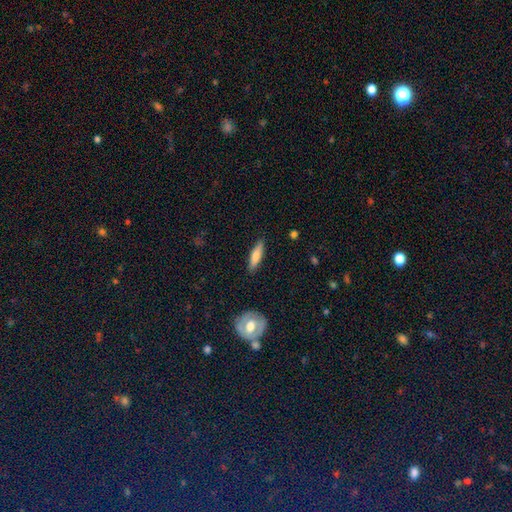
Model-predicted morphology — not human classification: Overall: smooth (67%). How rounded: cigar-shaped (70%). Merging: none (88%).